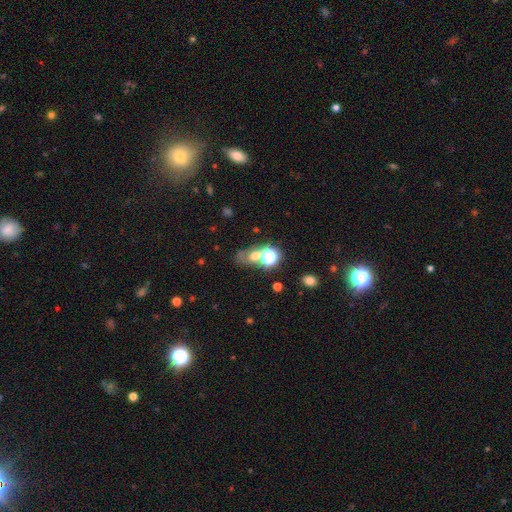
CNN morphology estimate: Smooth or featured? smooth (47%)
Merging? none (42%)